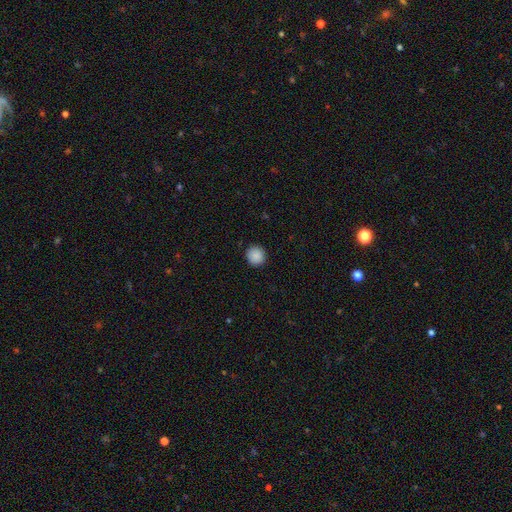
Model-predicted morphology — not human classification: This is clearly a smooth galaxy (89%). How rounded: clearly round (94%). Merging: clearly none (92%).